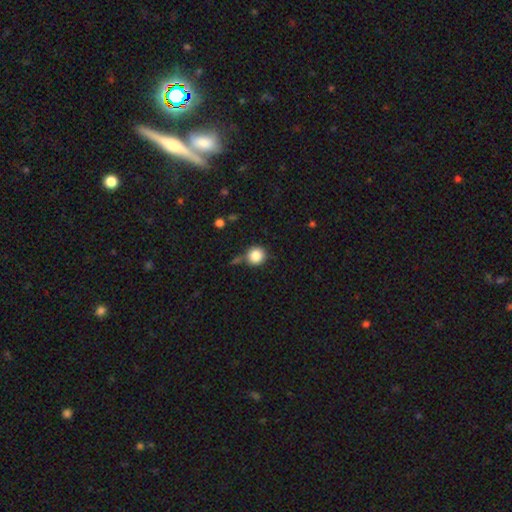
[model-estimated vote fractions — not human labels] Smooth or featured? smooth (86%)
How rounded? round (93%)
Merging? none (73%)